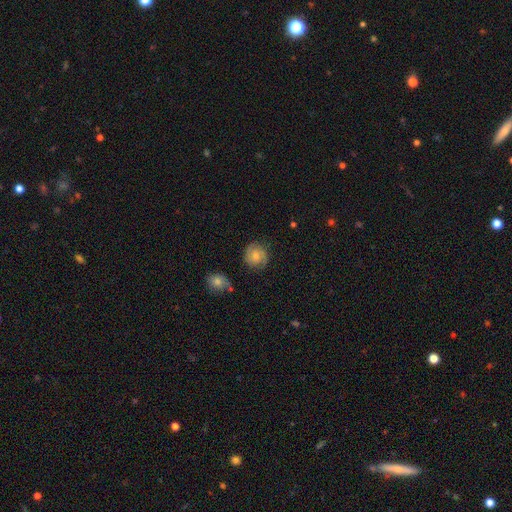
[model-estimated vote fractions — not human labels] Morphology: type=featured or disk (61%); edge-on=no (98%); bar=no (61%); spiral arms=yes (94%); winding=tight (48%); arm count=2 (75%); bulge=moderate (35%); merging=none (77%).